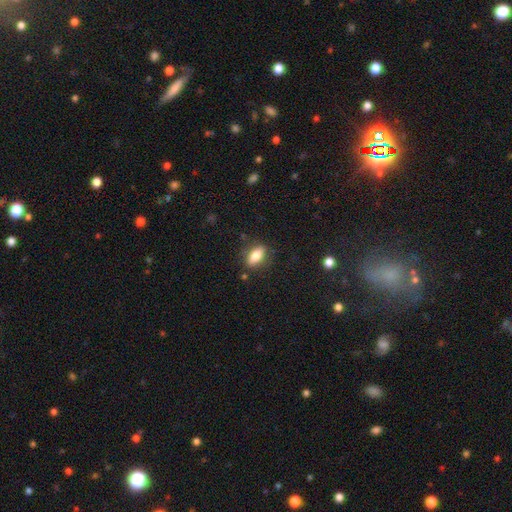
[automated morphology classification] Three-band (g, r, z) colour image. It shows a smooth galaxy with no disk features (75%) that is in between round and cigar-shaped (76%). Merging: none (82%).